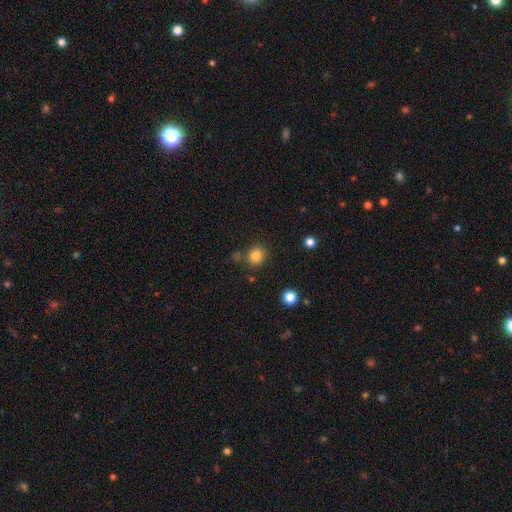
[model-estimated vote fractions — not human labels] smooth_or_featured: smooth (p=0.83) [alt: star or artifact p=0.12]
how_rounded: round (p=0.84) [alt: in between p=0.15]
merging: none (p=0.79) [alt: minor disturbance p=0.10]